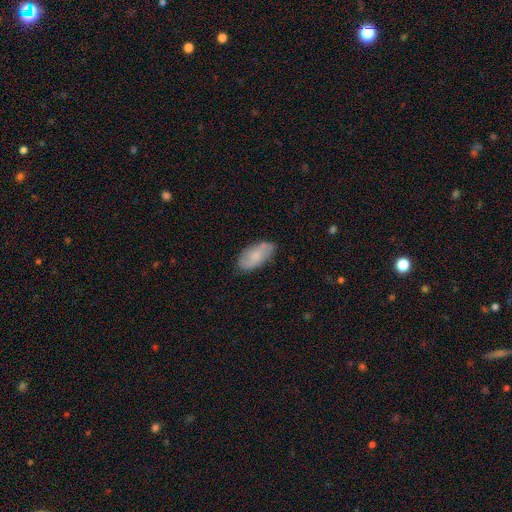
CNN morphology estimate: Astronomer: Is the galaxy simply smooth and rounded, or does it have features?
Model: smooth — 62%.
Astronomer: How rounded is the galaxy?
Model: in between — 92%.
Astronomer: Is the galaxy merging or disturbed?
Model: none — 77%.